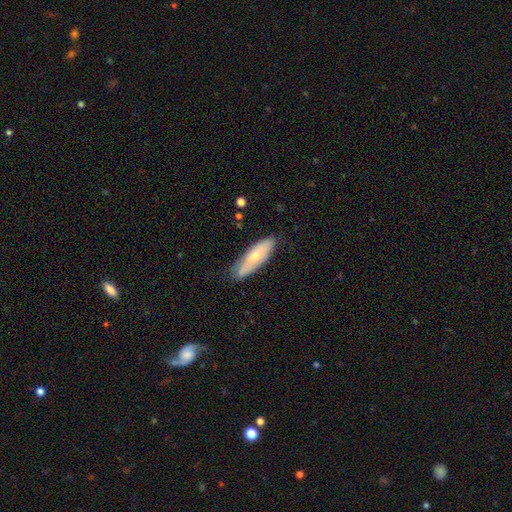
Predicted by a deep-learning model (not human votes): Smooth or featured? smooth (60%)
How rounded? cigar-shaped (50%)
Merging? none (74%)